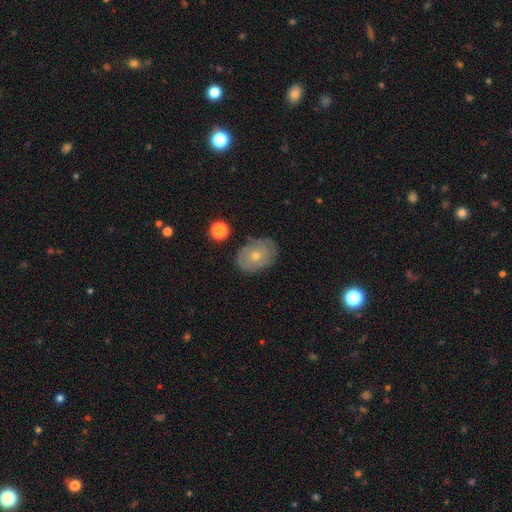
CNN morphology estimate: This is marginally a featured or disk galaxy (44%, tied with smooth). Merging: clearly none (80%).